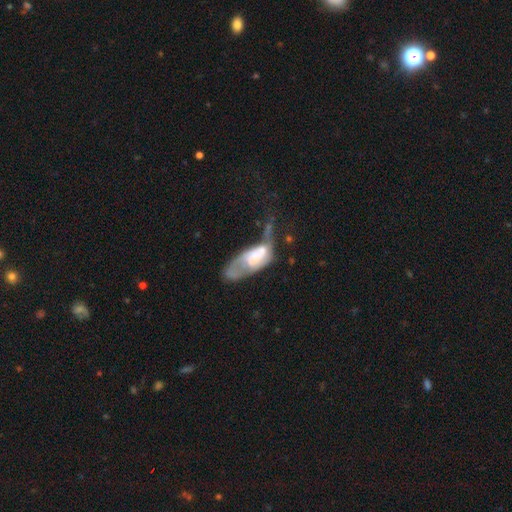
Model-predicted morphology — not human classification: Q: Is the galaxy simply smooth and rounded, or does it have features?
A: featured or disk — 53%.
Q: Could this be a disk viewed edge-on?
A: no — 90%.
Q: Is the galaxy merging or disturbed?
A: major disturbance — 46%.